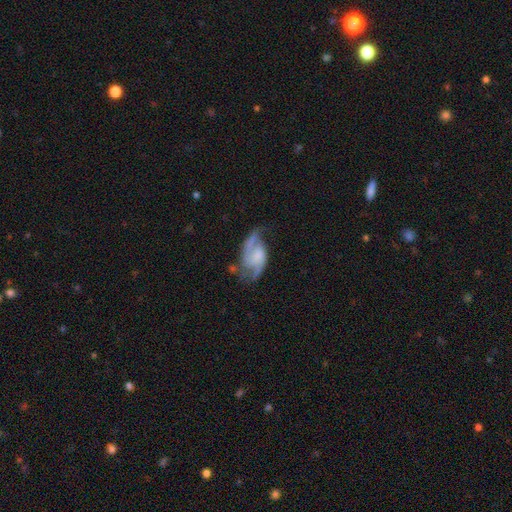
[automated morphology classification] Smooth or featured?
  - featured or disk: 81% *
  - smooth: 12%
  - star or artifact: 6%
Edge-on disk?
  - no: 97% *
  - yes: 3%
Bar?
  - no: 54% *
  - weak: 36%
  - strong: 9%
Spiral arms?
  - yes: 94% *
  - no: 6%
Spiral winding?
  - medium: 45% *
  - loose: 42%
  - tight: 14%
Spiral arm count?
  - 2: 87% *
  - can't tell: 5%
  - 1: 3%
  - 3: 3%
  - 4: 1%
  - more than 4: 1%
Bulge size?
  - none: 36% *
  - small: 28%
  - moderate: 23%
  - large: 11%
  - dominant: 2%
Merging?
  - none: 54% *
  - minor disturbance: 23%
  - major disturbance: 19%
  - merger: 4%